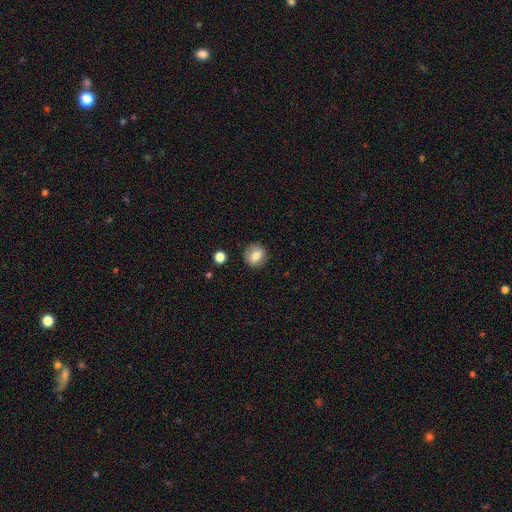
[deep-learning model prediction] Morphology: type=smooth (80%); roundness=round (72%); merging=none (84%).